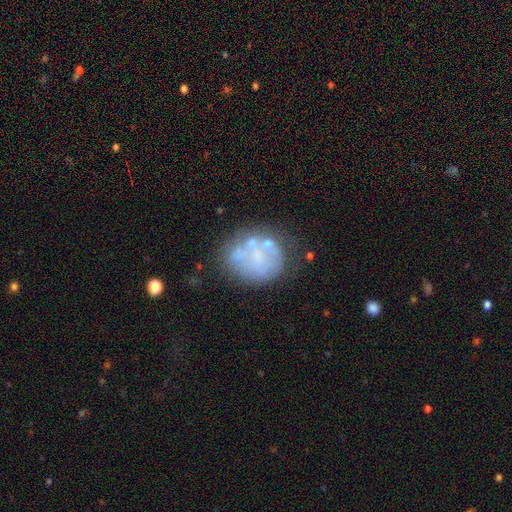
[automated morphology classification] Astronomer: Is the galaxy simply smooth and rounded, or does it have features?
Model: featured or disk — 53% (runner-up: smooth, 35%).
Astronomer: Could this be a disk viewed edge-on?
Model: no — 98%.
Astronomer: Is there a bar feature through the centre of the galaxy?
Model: no — 90%.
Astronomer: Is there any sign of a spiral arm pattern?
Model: no — 91%.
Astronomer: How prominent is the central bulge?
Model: none — 70%.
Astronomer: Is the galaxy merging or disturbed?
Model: none — 51%.